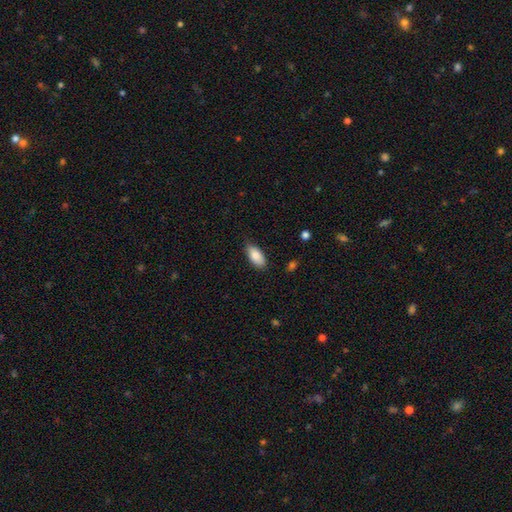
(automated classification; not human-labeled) Smooth or featured? Predicted: smooth (p=0.87). How rounded? Predicted: in between (p=0.91). Merging? Predicted: none (p=0.79).